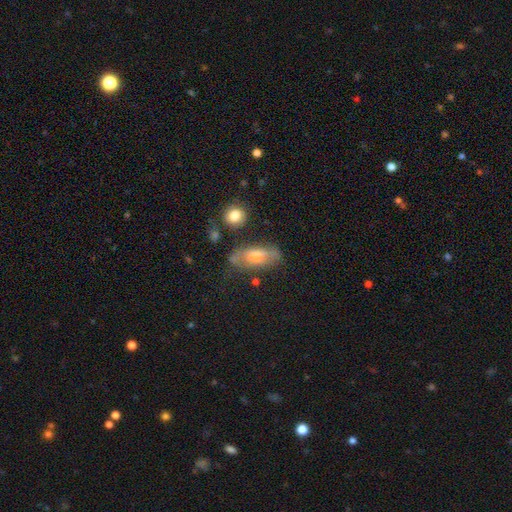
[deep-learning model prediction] Smooth or featured? Predicted: smooth (p=0.52). How rounded? Predicted: in between (p=0.76). Merging? Predicted: none (p=0.59).